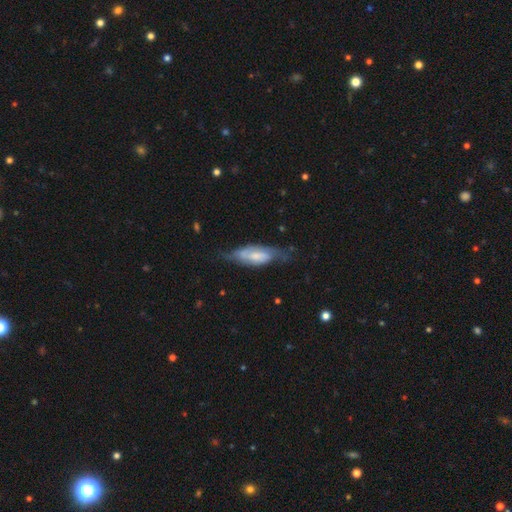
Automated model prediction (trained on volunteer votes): This is possibly a featured or disk galaxy (57%). It is likely not viewed edge-on (77%). Merging: possibly none (54%).